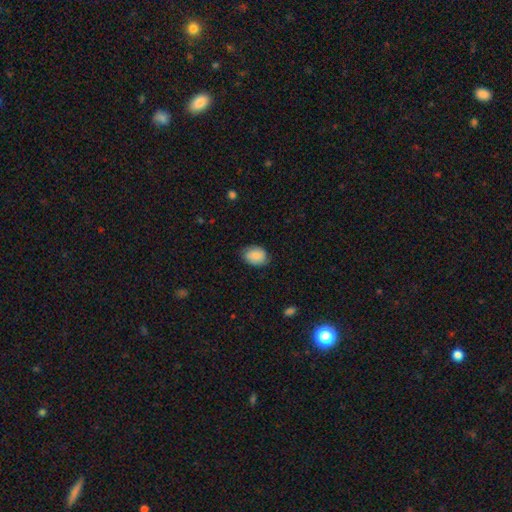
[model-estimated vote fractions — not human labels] A smooth galaxy with no disk features (84%) that is in between round and cigar-shaped (74%). Merging: none (77%).